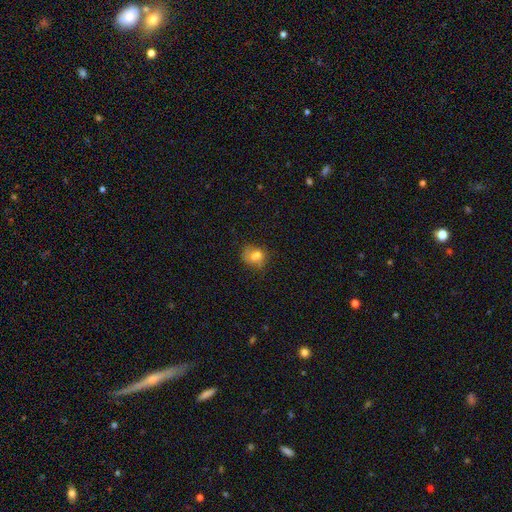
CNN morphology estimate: Smooth or featured? Predicted: smooth (p=0.69). How rounded? Predicted: round (p=0.60). Merging? Predicted: none (p=0.49).